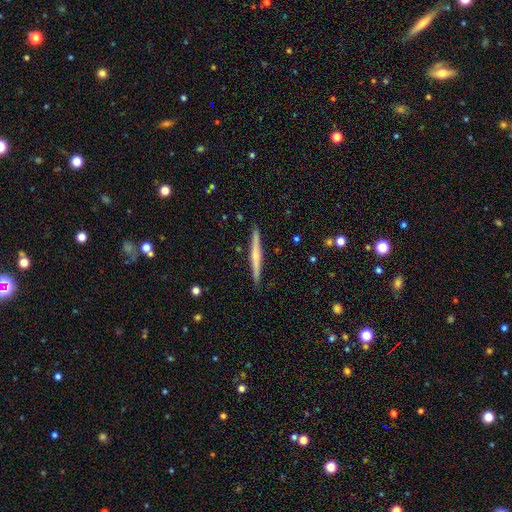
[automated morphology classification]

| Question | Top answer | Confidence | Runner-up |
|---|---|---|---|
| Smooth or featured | featured or disk | 60% | smooth (35%) |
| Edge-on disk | yes | 98% | no (2%) |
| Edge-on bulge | rounded | 58% | none (35%) |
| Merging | none | 91% | minor disturbance (6%) |